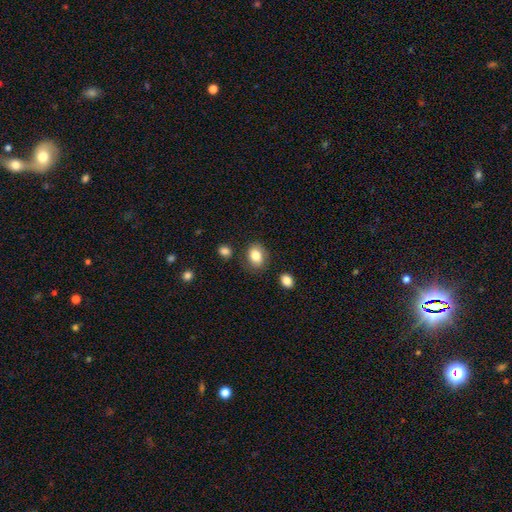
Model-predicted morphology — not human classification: smooth_or_featured: smooth (p=0.83) [alt: star or artifact p=0.09]
how_rounded: in between (p=0.59) [alt: round p=0.40]
merging: none (p=0.80) [alt: minor disturbance p=0.12]